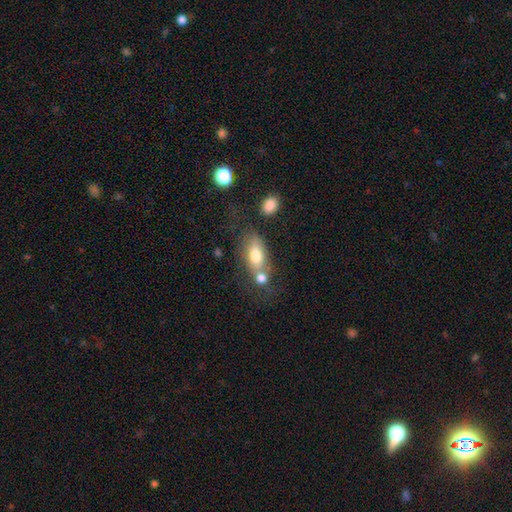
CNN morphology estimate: The model was most divided on "merging": none: 41%, merger: 36%, minor disturbance: 15%, major disturbance: 8%. More confident: how rounded — in between (79%); smooth or featured — smooth (73%).